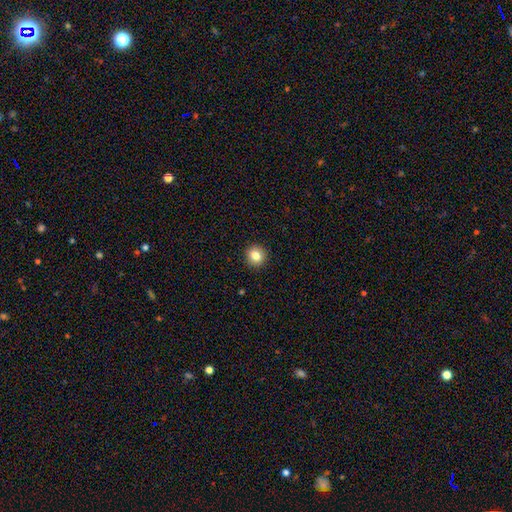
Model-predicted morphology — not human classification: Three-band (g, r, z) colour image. It shows a smooth galaxy with no disk features (83%) that is round (91%). Merging: none (93%).